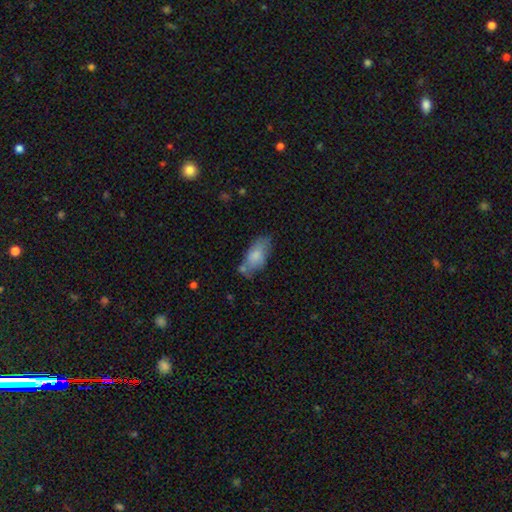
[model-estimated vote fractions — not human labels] Smooth or featured?
  - smooth: 77% *
  - featured or disk: 17%
  - star or artifact: 7%
How rounded?
  - in between: 91% *
  - cigar-shaped: 5%
  - round: 3%
Merging?
  - none: 48% *
  - minor disturbance: 28%
  - merger: 15%
  - major disturbance: 10%